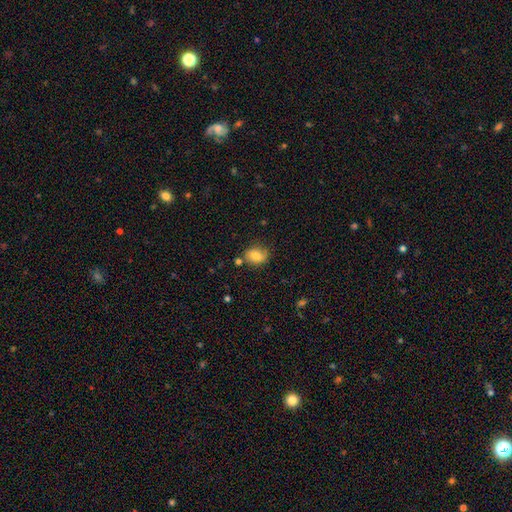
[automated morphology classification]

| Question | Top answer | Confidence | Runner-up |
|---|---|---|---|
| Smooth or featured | smooth | 82% | featured or disk (9%) |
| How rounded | in between | 59% | round (40%) |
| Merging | none | 73% | minor disturbance (17%) |